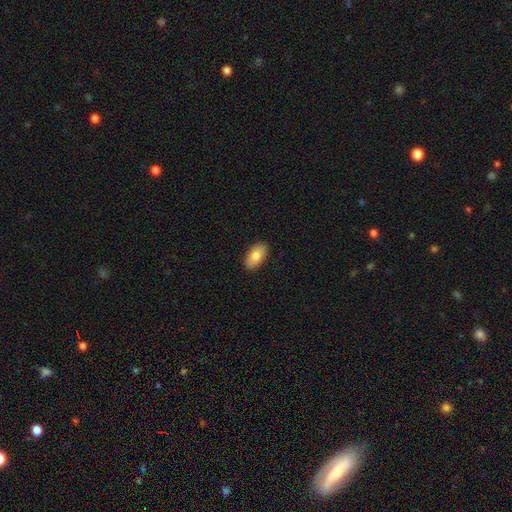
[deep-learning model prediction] The model was most divided on "smooth or featured": smooth: 81%, featured or disk: 13%, star or artifact: 6%. More confident: how rounded — in between (94%); merging — none (90%).